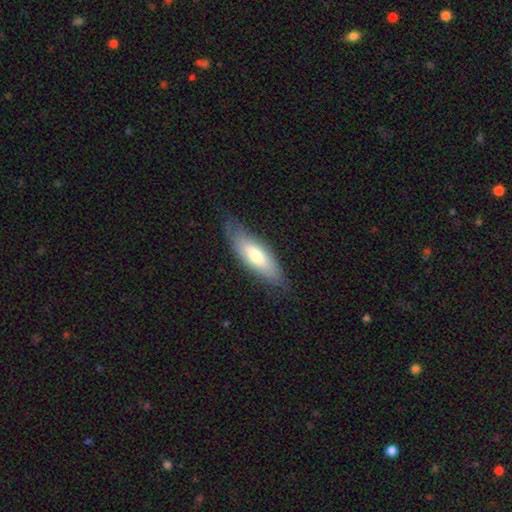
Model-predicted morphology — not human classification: The model was most divided on "how rounded": in between: 60%, cigar-shaped: 38%, round: 2%. More confident: merging — none (76%); smooth or featured — smooth (66%).